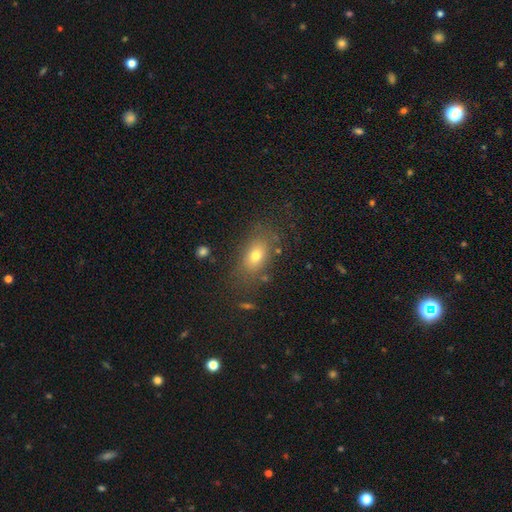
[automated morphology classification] type=smooth (71%); roundness=in between (80%); merging=none (76%).